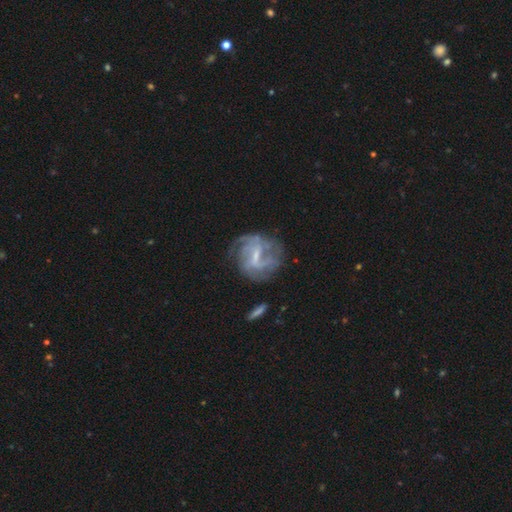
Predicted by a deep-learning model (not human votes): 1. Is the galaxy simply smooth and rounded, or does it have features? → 79% featured or disk, 13% smooth, 8% star or artifact.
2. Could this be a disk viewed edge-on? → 97% no, 3% yes.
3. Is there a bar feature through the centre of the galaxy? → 51% weak, 35% strong, 14% no.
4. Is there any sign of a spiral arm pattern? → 86% yes, 14% no.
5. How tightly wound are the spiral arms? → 42% medium, 36% tight, 22% loose.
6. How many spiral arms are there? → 34% can't tell, 30% 2, 18% 3, 8% 4, 6% 1, 4% more than 4.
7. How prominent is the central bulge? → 45% small, 27% moderate, 25% none, 3% large, 1% dominant.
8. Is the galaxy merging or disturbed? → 61% none, 20% minor disturbance, 16% major disturbance, 3% merger.